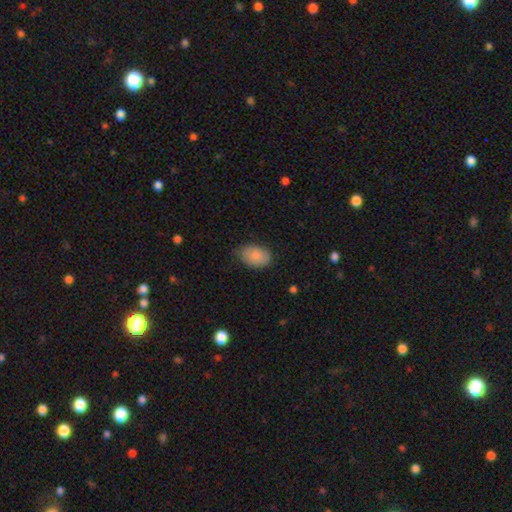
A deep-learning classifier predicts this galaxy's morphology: Q: Smooth or featured?
A: smooth (84%); runner-up: featured or disk (9%)
Q: How rounded?
A: in between (84%); runner-up: round (14%)
Q: Merging?
A: none (68%); runner-up: minor disturbance (26%)